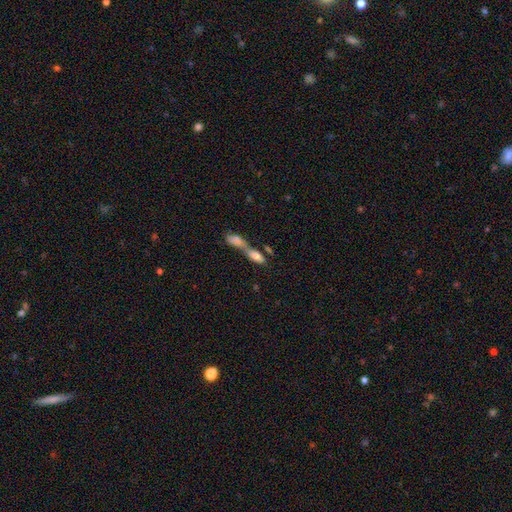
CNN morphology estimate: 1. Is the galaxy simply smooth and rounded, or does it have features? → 75% smooth, 17% featured or disk, 8% star or artifact.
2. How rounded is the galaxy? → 71% in between, 25% cigar-shaped, 4% round.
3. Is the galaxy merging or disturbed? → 75% merger, 15% none, 5% minor disturbance, 4% major disturbance.